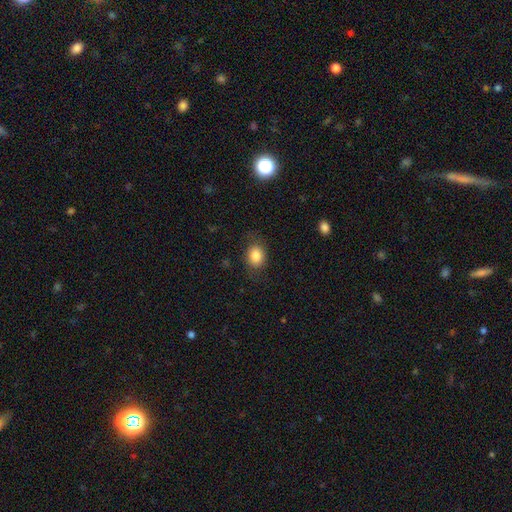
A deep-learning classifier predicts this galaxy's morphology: Overall: smooth (84%). How rounded: round (51%; in between 48%). Merging: none (78%).